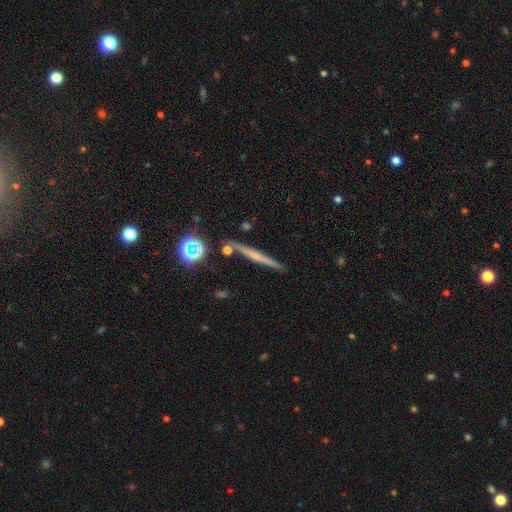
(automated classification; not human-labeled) A featured or disk galaxy (52%) viewed edge-on (96%) with no central bulge (64%).

Vote fractions:
- Smooth or featured? featured or disk: 52% / smooth: 36% / star or artifact: 11%
- Edge-on disk? yes: 96% / no: 4%
- Edge-on bulge? none: 64% / rounded: 28% / boxy: 8%
- Merging? none: 87% / minor disturbance: 7% / merger: 3% / major disturbance: 2%